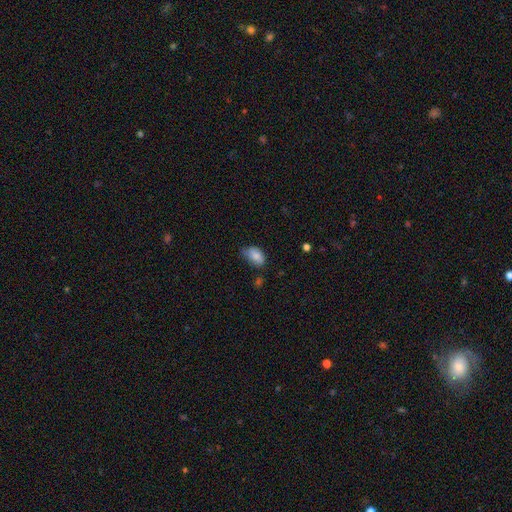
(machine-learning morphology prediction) Smooth or featured? Predicted: smooth (p=0.83). How rounded? Predicted: in between (p=0.89). Merging? Predicted: none (p=0.44).